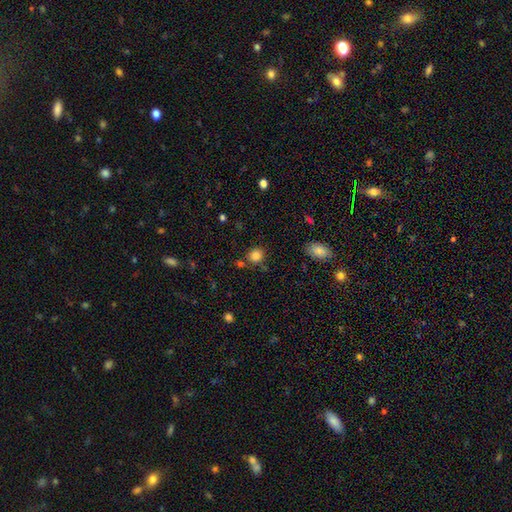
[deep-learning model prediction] Smooth or featured? smooth (83%)
How rounded? round (74%)
Merging? none (76%)